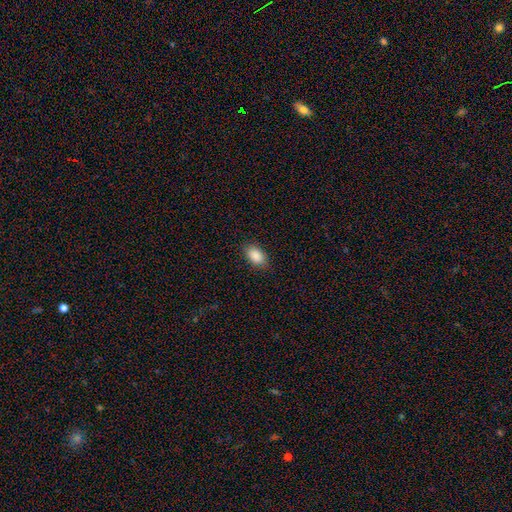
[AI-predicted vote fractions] smooth_or_featured: smooth (p=0.89) [alt: star or artifact p=0.07]
how_rounded: in between (p=0.92) [alt: round p=0.06]
merging: none (p=0.86) [alt: minor disturbance p=0.10]